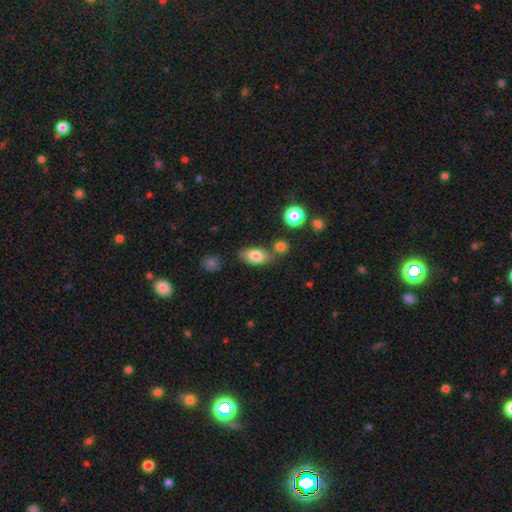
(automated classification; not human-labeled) smooth_or_featured: smooth (p=0.81) [alt: featured or disk p=0.11]
how_rounded: in between (p=0.90) [alt: round p=0.06]
merging: none (p=0.70) [alt: minor disturbance p=0.14]